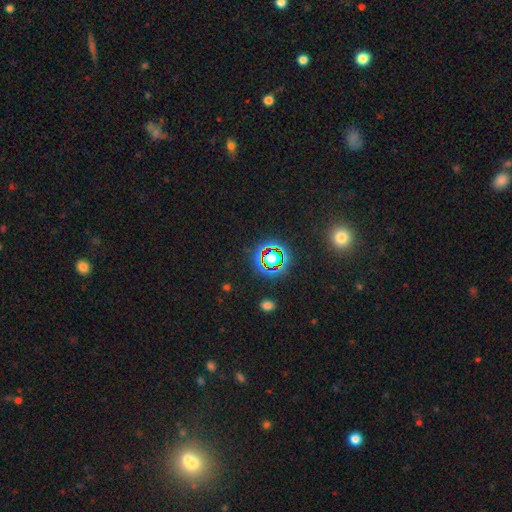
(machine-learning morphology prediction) star or artifact 73%, smooth 18%, featured or disk 9%.